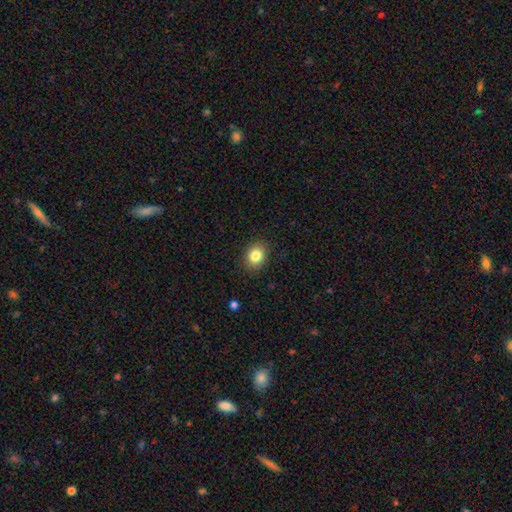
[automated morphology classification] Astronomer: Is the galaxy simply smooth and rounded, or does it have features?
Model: smooth — 83%.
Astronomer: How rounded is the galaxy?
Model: round — 51% (runner-up: in between, 49%).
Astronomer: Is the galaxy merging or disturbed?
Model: none — 89%.